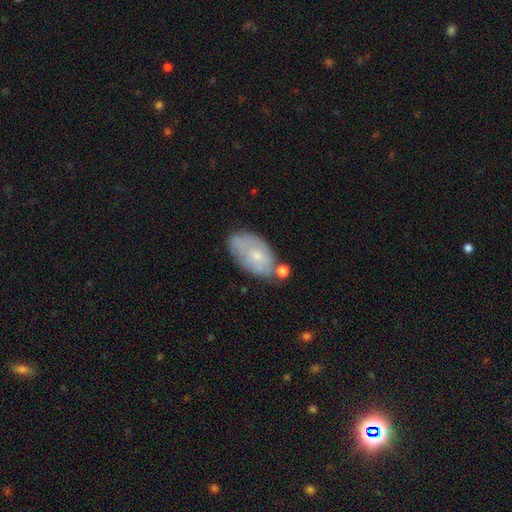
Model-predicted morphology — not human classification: A smooth galaxy with no disk features (48%).

Vote fractions:
- Smooth or featured? smooth: 48% / featured or disk: 45% / star or artifact: 7%
- Merging? none: 55% / minor disturbance: 25% / merger: 12% / major disturbance: 8%